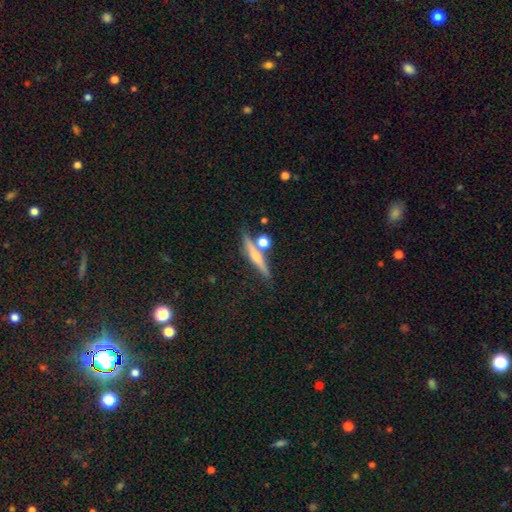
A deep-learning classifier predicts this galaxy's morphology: A featured or disk galaxy (61%) viewed edge-on (95%) with a rounded central bulge (78%).

Vote fractions:
- Smooth or featured? featured or disk: 61% / smooth: 30% / star or artifact: 9%
- Edge-on disk? yes: 95% / no: 5%
- Edge-on bulge? rounded: 78% / none: 16% / boxy: 6%
- Merging? none: 75% / merger: 12% / minor disturbance: 10% / major disturbance: 3%